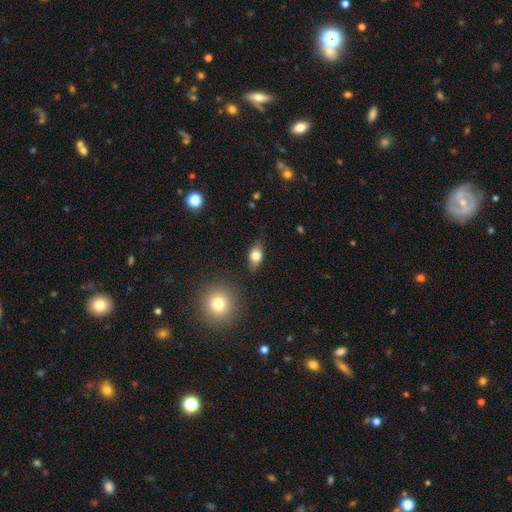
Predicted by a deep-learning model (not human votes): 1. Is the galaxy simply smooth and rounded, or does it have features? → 73% smooth, 18% featured or disk, 9% star or artifact.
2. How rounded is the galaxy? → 80% in between, 14% round, 6% cigar-shaped.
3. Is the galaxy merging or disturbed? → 78% none, 16% minor disturbance, 4% major disturbance, 2% merger.